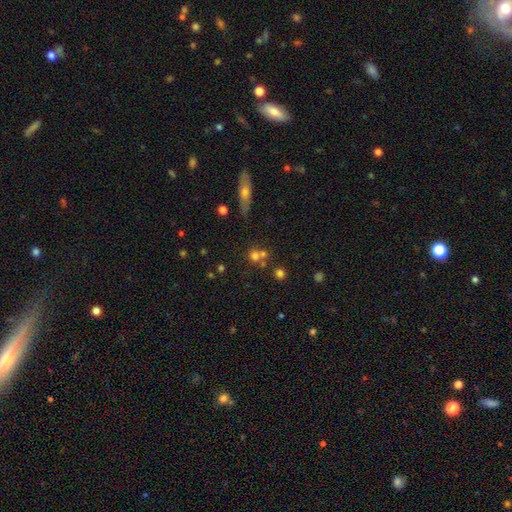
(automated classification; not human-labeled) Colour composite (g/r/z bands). It shows a smooth galaxy with no disk features (65%) that is round (87%). Merging: none (49%).